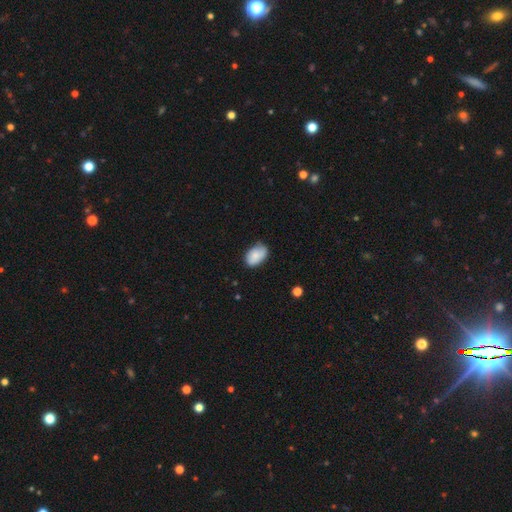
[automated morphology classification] type=smooth (76%); roundness=in between (89%); merging=none (66%).